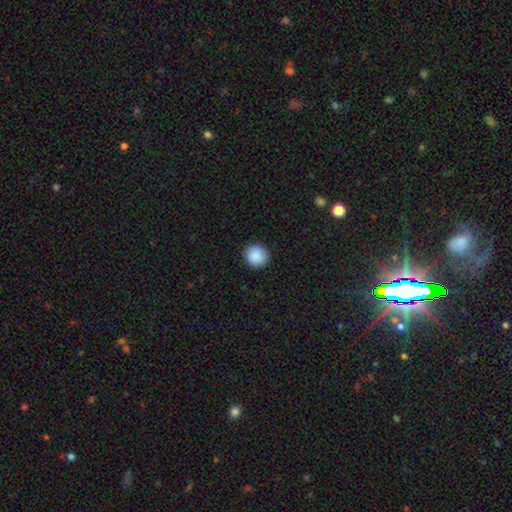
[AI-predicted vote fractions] Smooth or featured?
  - smooth: 90% *
  - star or artifact: 8%
  - featured or disk: 3%
How rounded?
  - round: 92% *
  - in between: 7%
  - cigar-shaped: 1%
Merging?
  - none: 91% *
  - minor disturbance: 6%
  - major disturbance: 2%
  - merger: 1%